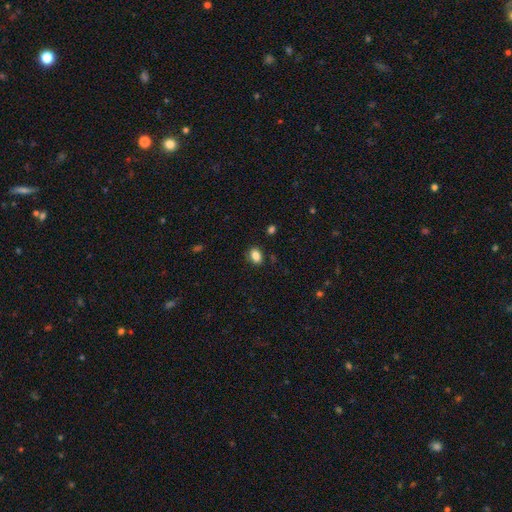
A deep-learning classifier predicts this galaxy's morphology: Overall: smooth (86%). How rounded: in between (75%). Merging: none (85%).